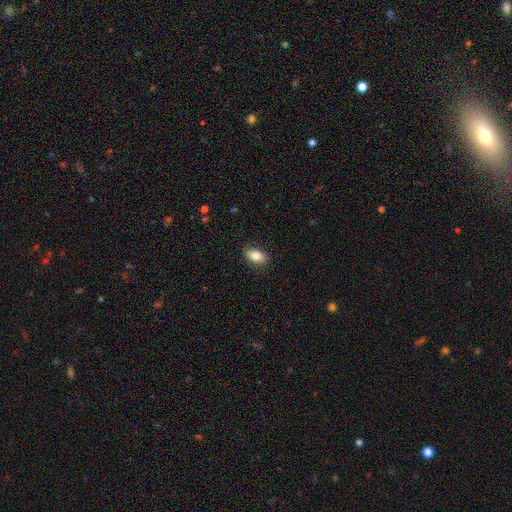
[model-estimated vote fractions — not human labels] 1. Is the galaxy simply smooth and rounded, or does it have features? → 81% smooth, 11% featured or disk, 8% star or artifact.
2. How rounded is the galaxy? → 89% in between, 8% round, 3% cigar-shaped.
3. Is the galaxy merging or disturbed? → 86% none, 11% minor disturbance, 2% major disturbance, 1% merger.